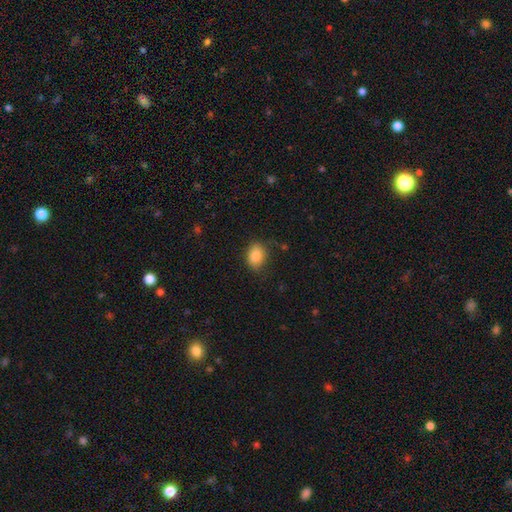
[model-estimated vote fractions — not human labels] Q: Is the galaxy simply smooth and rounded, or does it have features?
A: smooth — 86%.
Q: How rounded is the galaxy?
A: in between — 69%.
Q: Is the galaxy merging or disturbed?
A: none — 76%.